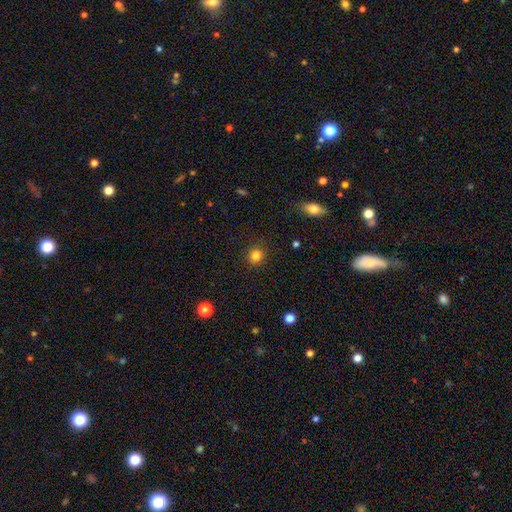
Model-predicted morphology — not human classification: smooth-or-featured: smooth: 83% | star or artifact: 12% | featured or disk: 5%
  how-rounded: round: 88% | in between: 11% | cigar-shaped: 1%
  merging: none: 90% | minor disturbance: 7% | major disturbance: 2% | merger: 1%